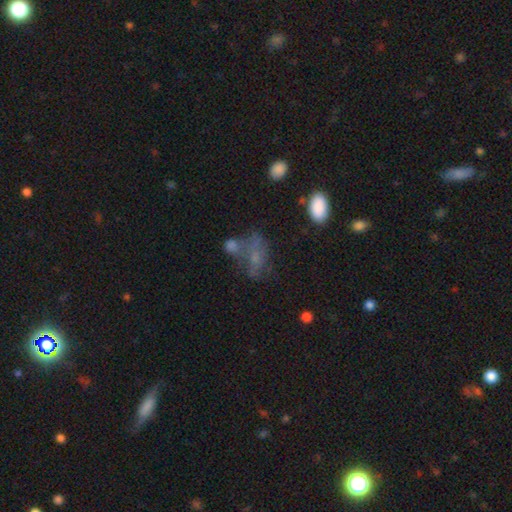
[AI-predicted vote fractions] smooth 49%, featured or disk 31%, star or artifact 20%. Down the decision tree: merging — none (36%).